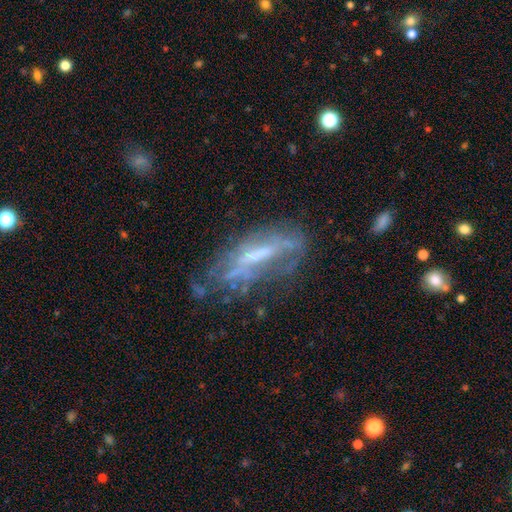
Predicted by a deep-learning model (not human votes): Morphology: type=featured or disk (66%); edge-on=no (74%); merging=none (46%).